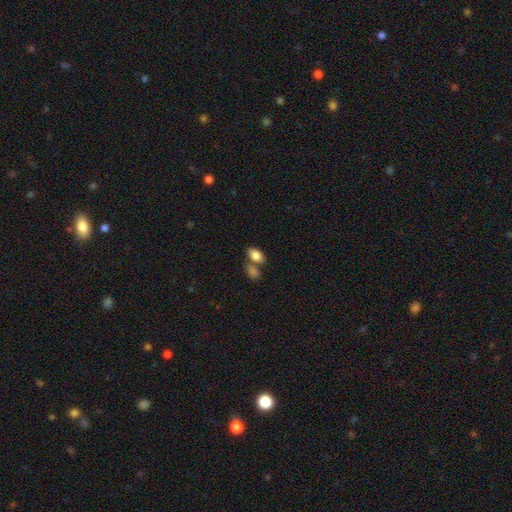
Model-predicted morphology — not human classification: Smooth or featured?
  - smooth: 83% *
  - featured or disk: 9%
  - star or artifact: 8%
How rounded?
  - in between: 89% *
  - round: 8%
  - cigar-shaped: 2%
Merging?
  - none: 53% *
  - merger: 31%
  - minor disturbance: 12%
  - major disturbance: 4%